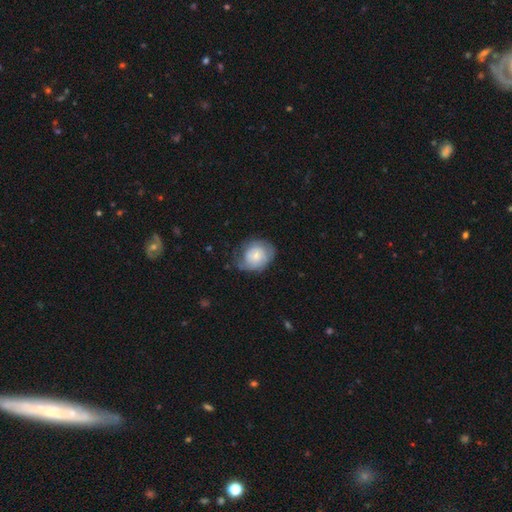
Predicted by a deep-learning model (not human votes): Smooth or featured? smooth (57%)
How rounded? round (65%)
Merging? none (57%)